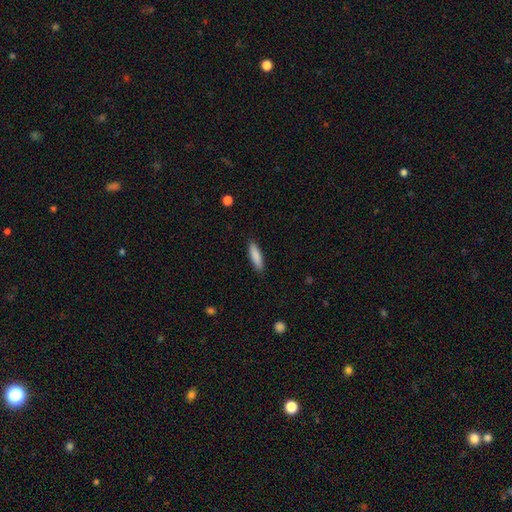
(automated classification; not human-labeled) The model was most divided on "how rounded": cigar-shaped: 66%, in between: 32%, round: 1%. More confident: merging — none (88%); smooth or featured — smooth (87%).